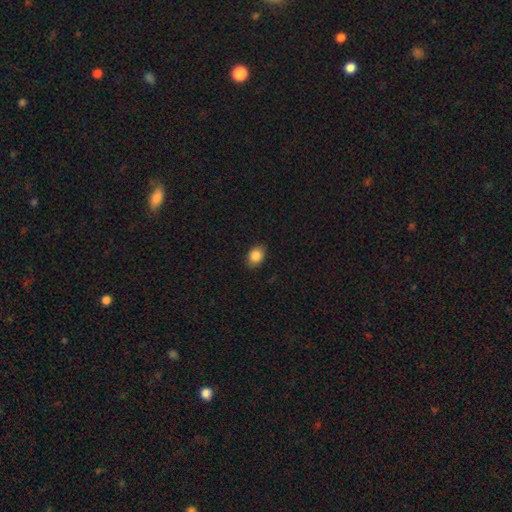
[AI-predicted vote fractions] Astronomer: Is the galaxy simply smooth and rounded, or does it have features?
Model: smooth — 86%.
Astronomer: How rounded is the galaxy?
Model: in between — 67%.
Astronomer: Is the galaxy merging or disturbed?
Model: none — 84%.